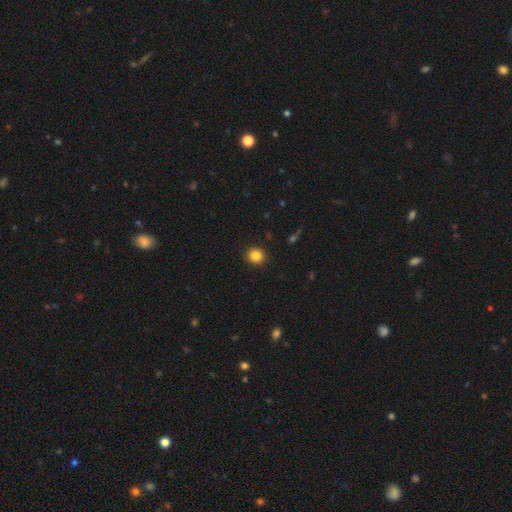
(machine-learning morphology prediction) Smooth or featured? Predicted: smooth (p=0.85). How rounded? Predicted: round (p=0.89). Merging? Predicted: none (p=0.92).